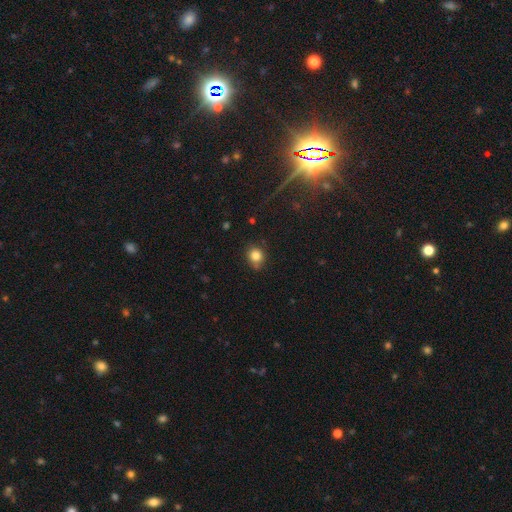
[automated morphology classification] Smooth or featured? Predicted: smooth (p=0.82). How rounded? Predicted: round (p=0.79). Merging? Predicted: none (p=0.73).